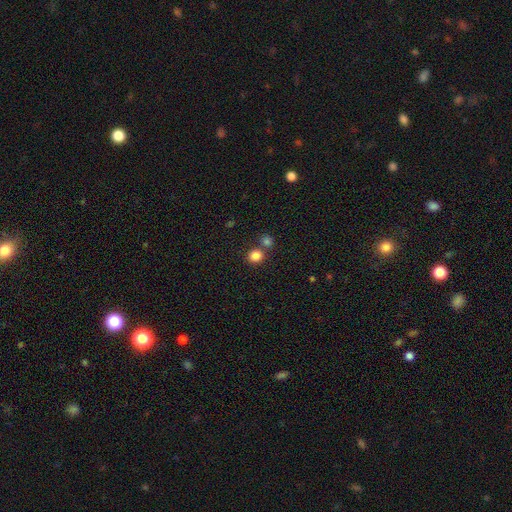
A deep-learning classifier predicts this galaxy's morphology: Q: Smooth or featured?
A: smooth (83%); runner-up: star or artifact (12%)
Q: How rounded?
A: round (77%); runner-up: in between (22%)
Q: Merging?
A: none (66%); runner-up: merger (24%)